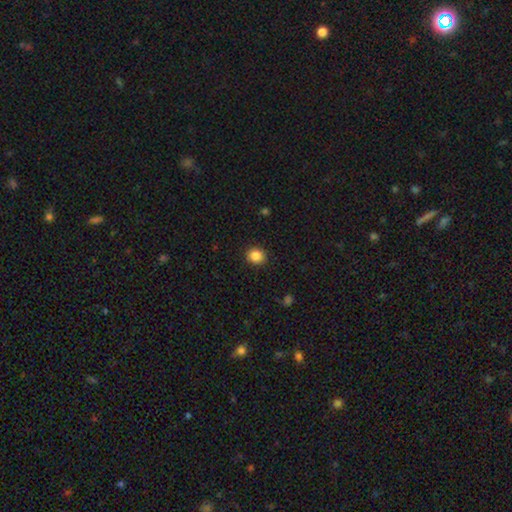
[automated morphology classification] Smooth or featured?
  - smooth: 86% *
  - star or artifact: 10%
  - featured or disk: 4%
How rounded?
  - round: 80% *
  - in between: 19%
  - cigar-shaped: 1%
Merging?
  - none: 91% *
  - minor disturbance: 6%
  - major disturbance: 2%
  - merger: 1%